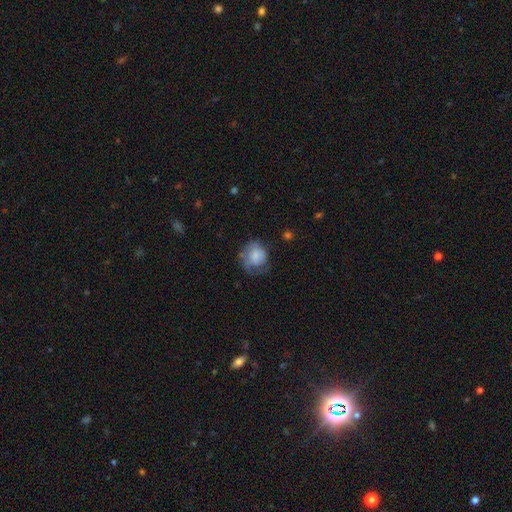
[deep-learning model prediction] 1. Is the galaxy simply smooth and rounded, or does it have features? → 72% smooth, 21% featured or disk, 8% star or artifact.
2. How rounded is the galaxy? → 76% round, 23% in between, 1% cigar-shaped.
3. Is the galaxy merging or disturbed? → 46% none, 30% minor disturbance, 21% major disturbance, 2% merger.